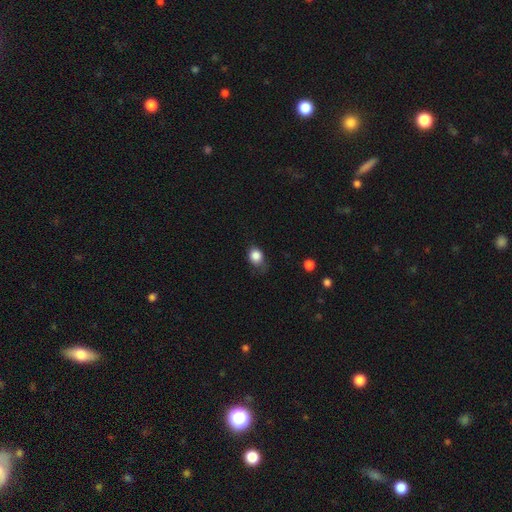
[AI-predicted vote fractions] Smooth or featured? Predicted: smooth (p=0.84). How rounded? Predicted: round (p=0.59). Merging? Predicted: none (p=0.56).